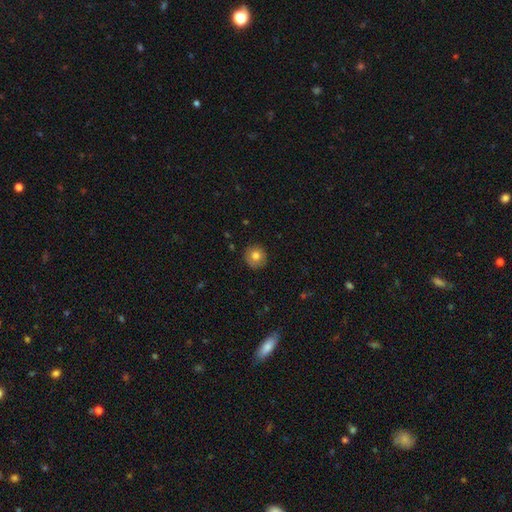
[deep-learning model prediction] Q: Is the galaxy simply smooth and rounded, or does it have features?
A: smooth — 78%.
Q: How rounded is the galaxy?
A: round — 93%.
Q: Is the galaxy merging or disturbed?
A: none — 88%.